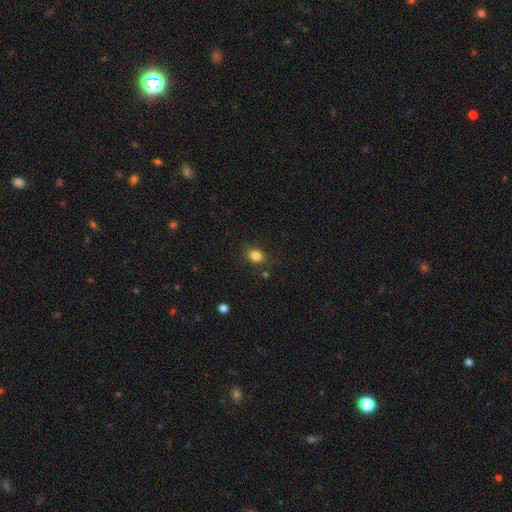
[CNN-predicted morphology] Smooth or featured? Predicted: smooth (p=0.83). How rounded? Predicted: in between (p=0.52). Merging? Predicted: none (p=0.82).